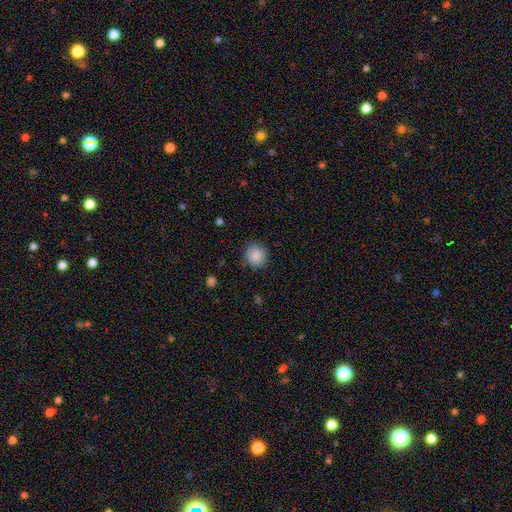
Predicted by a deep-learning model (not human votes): A smooth galaxy with no disk features (87%) that is round (85%).

Vote fractions:
- Smooth or featured? smooth: 87% / star or artifact: 9% / featured or disk: 4%
- How rounded? round: 85% / in between: 14% / cigar-shaped: 1%
- Merging? none: 85% / minor disturbance: 11% / major disturbance: 3% / merger: 1%